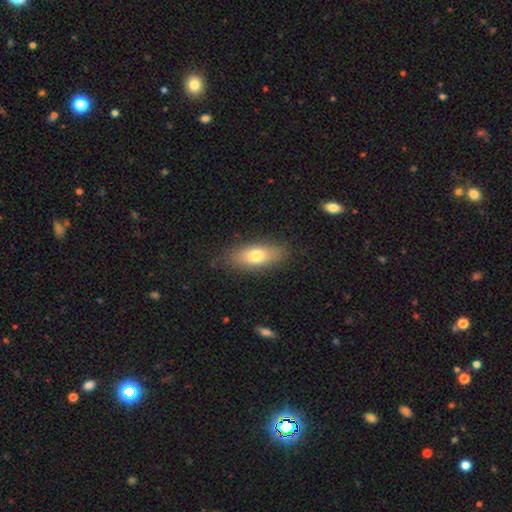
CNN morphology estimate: This is likely a smooth galaxy (72%). How rounded: likely in between (74%). Merging: clearly none (84%).